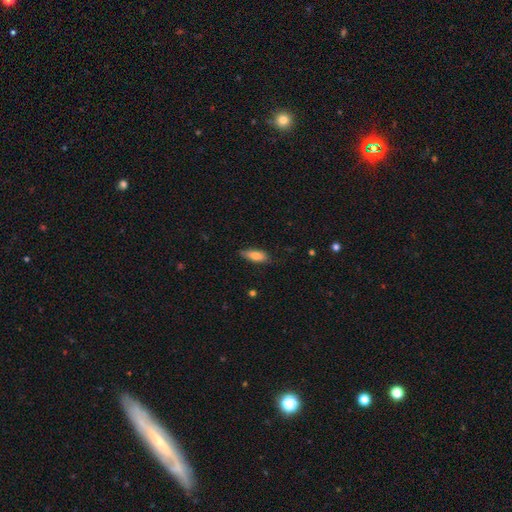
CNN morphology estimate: type=smooth (77%); roundness=in between (64%); merging=none (74%).